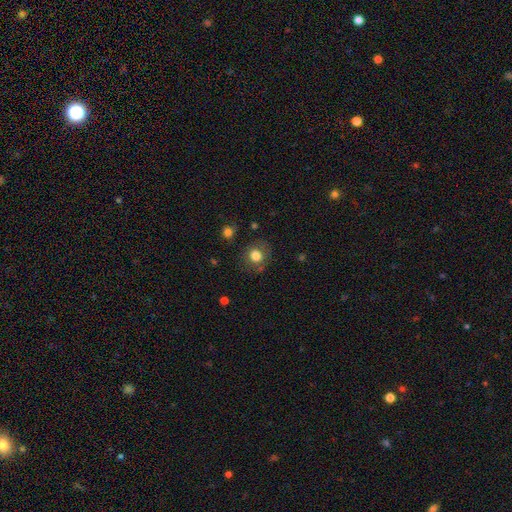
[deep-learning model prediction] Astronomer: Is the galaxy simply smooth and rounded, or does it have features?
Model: smooth — 78%.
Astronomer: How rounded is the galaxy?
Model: round — 81%.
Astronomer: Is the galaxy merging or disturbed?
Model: none — 77%.